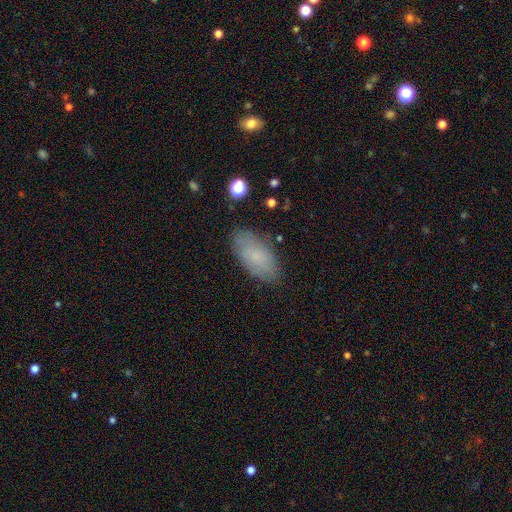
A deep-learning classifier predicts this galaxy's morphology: smooth_or_featured: smooth (p=0.72) [alt: featured or disk p=0.17]
how_rounded: in between (p=0.92) [alt: cigar-shaped p=0.05]
merging: none (p=0.82) [alt: minor disturbance p=0.13]